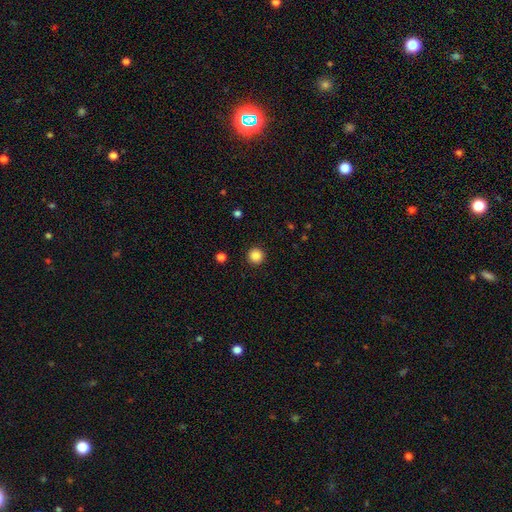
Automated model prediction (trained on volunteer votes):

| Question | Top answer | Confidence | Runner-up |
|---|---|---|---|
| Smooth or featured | smooth | 87% | star or artifact (10%) |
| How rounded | round | 96% | in between (3%) |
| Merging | none | 93% | minor disturbance (4%) |